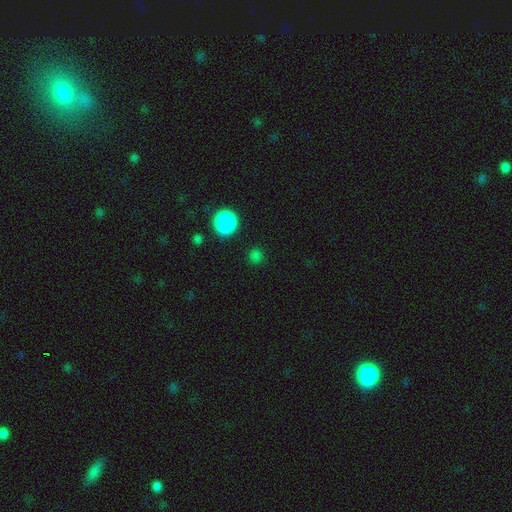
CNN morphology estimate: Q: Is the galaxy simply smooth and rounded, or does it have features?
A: smooth — 72%.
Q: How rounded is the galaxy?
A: round — 93%.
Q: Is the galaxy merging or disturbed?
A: none — 89%.